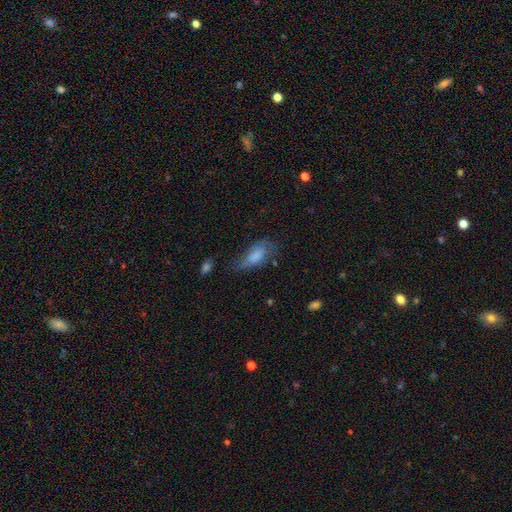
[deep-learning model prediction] Smooth or featured? Predicted: smooth (p=0.71). How rounded? Predicted: in between (p=0.83). Merging? Predicted: none (p=0.36).